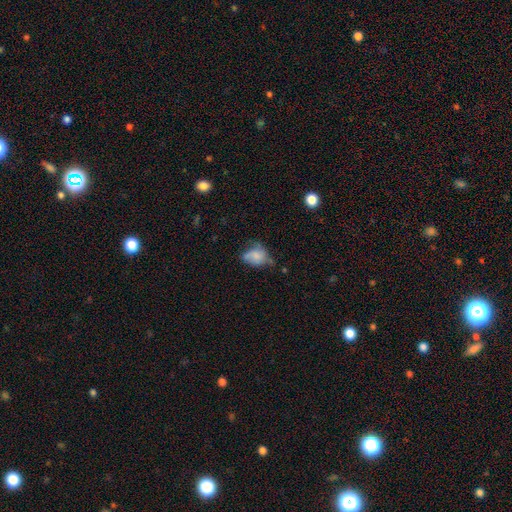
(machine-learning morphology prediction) Smooth or featured? smooth (67%)
How rounded? in between (65%)
Merging? minor disturbance (38%)